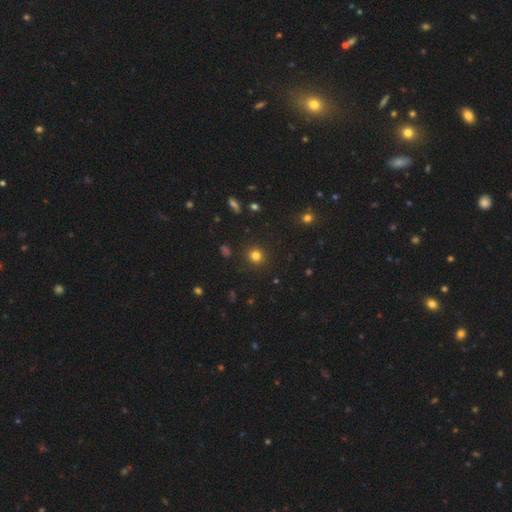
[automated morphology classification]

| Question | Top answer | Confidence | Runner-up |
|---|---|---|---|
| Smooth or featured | smooth | 80% | star or artifact (15%) |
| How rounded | round | 90% | in between (9%) |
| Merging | none | 91% | minor disturbance (6%) |